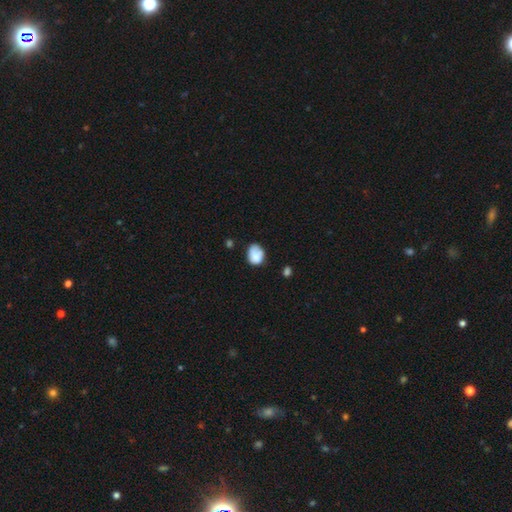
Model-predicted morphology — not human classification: Overall: smooth (79%). How rounded: in between (53%; round 46%). Merging: none (50%; minor disturbance 32%).